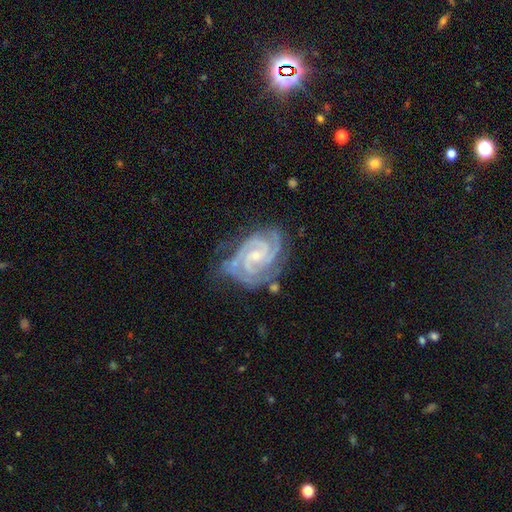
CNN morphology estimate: This is clearly a featured or disk galaxy (92%). It is clearly not viewed edge-on (98%). Bar: possibly no (51%). Spiral arm pattern: clearly yes (99%). Spiral arm count: marginally 2 (43%). Spiral winding: likely tight (74%). Central bulge: likely small (69%). Merging: likely none (65%).